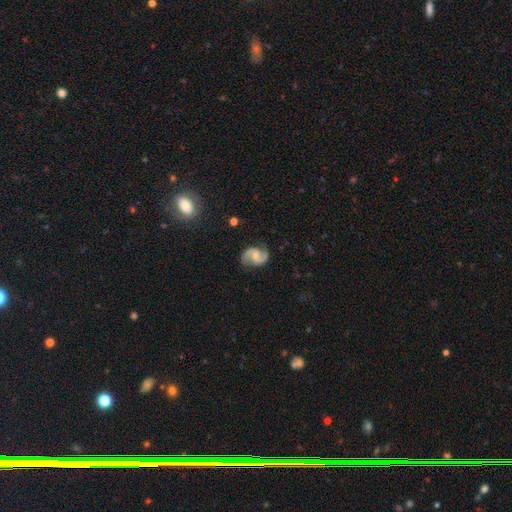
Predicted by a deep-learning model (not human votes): Smooth or featured? Predicted: featured or disk (p=0.89). Edge-on disk? Predicted: no (p=0.98). Bar? Predicted: no (p=0.45). Spiral arms? Predicted: yes (p=0.98). Spiral winding? Predicted: medium (p=0.54). Spiral arm count? Predicted: 2 (p=0.94). Bulge size? Predicted: small (p=0.44). Merging? Predicted: none (p=0.82).